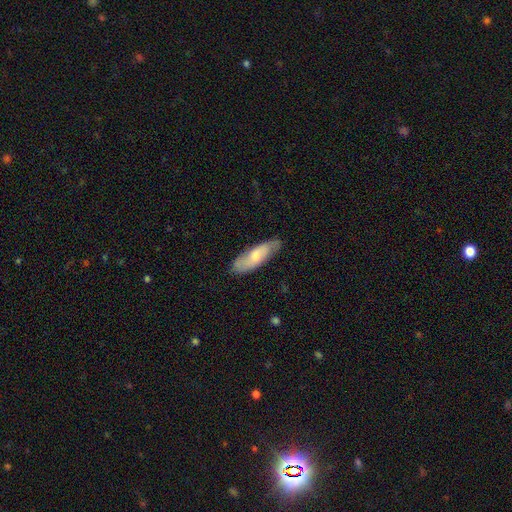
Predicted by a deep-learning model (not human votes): Morphology: type=smooth (58%); roundness=in between (56%); merging=none (79%).